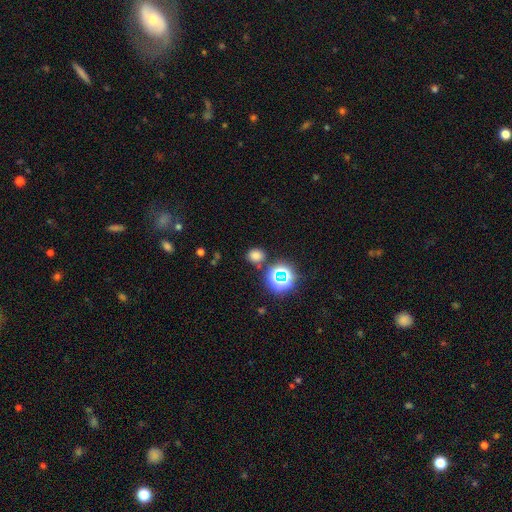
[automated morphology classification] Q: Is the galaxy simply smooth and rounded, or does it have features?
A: smooth — 71%.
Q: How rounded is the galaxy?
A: round — 69%.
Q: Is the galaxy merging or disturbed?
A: none — 82%.